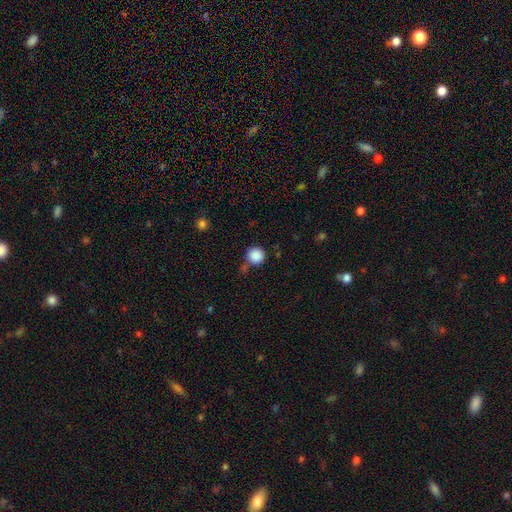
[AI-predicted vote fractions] Smooth or featured?
  - smooth: 88% *
  - star or artifact: 9%
  - featured or disk: 3%
How rounded?
  - round: 95% *
  - in between: 4%
  - cigar-shaped: 1%
Merging?
  - none: 78% *
  - minor disturbance: 11%
  - merger: 8%
  - major disturbance: 4%